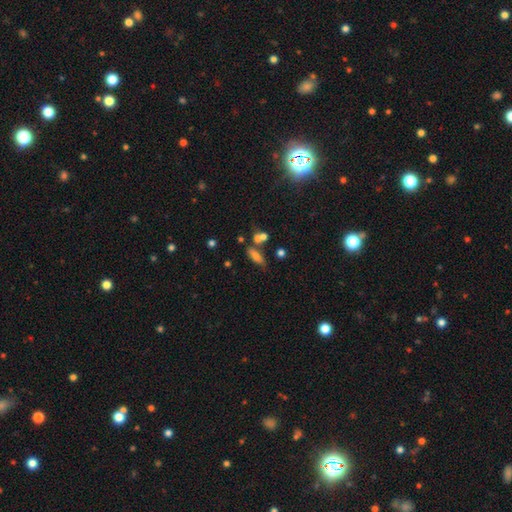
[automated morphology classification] type=smooth (70%); roundness=in between (58%); merging=none (52%).